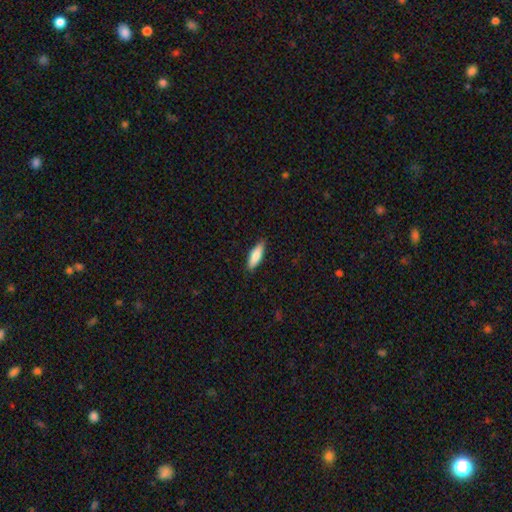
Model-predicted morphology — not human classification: Smooth or featured? Predicted: smooth (p=0.80). How rounded? Predicted: in between (p=0.50). Merging? Predicted: none (p=0.86).